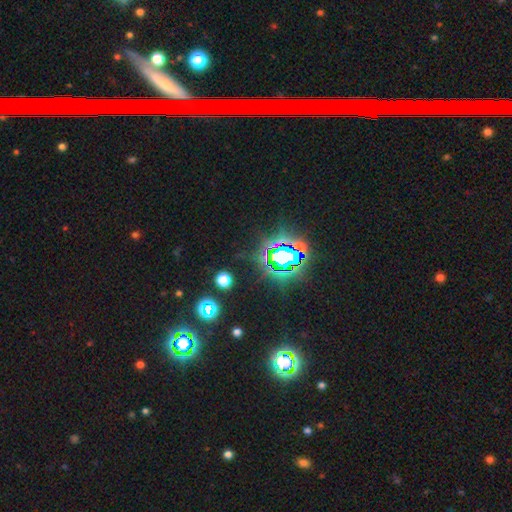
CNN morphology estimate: This is clearly a star or artifact rather than a galaxy (81%).